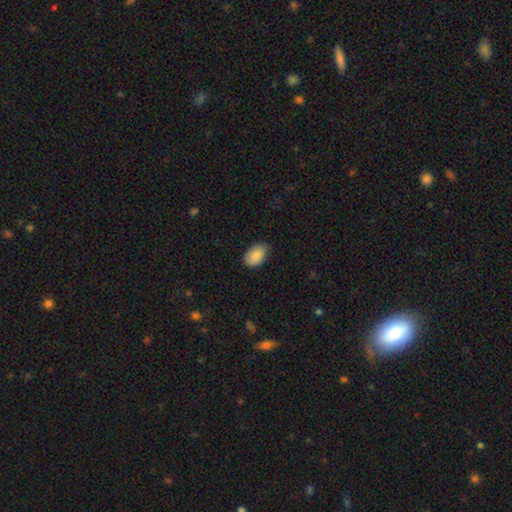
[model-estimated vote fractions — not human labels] Morphology: type=smooth (86%); roundness=in between (92%); merging=none (80%).